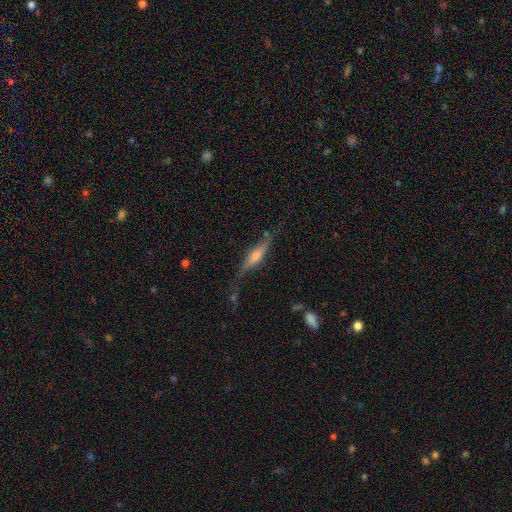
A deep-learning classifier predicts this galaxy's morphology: smooth_or_featured: featured or disk (p=0.68) [alt: smooth p=0.24]
disk_edge_on: yes (p=0.92) [alt: no p=0.08]
edge_on_bulge: rounded (p=0.74) [alt: boxy p=0.18]
merging: none (p=0.65) [alt: minor disturbance p=0.21]